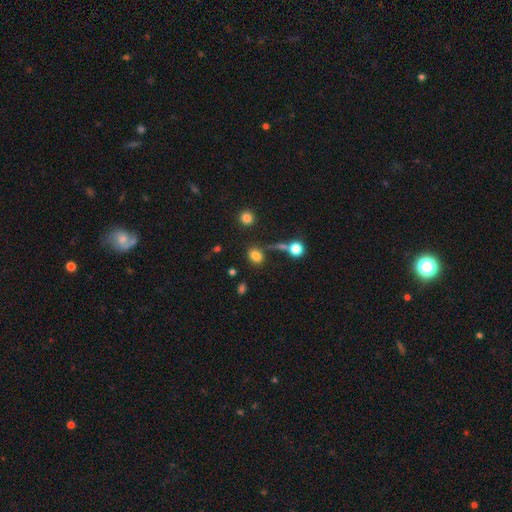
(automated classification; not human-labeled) smooth_or_featured: smooth (p=0.79) [alt: star or artifact p=0.14]
how_rounded: in between (p=0.59) [alt: round p=0.39]
merging: none (p=0.69) [alt: minor disturbance p=0.13]